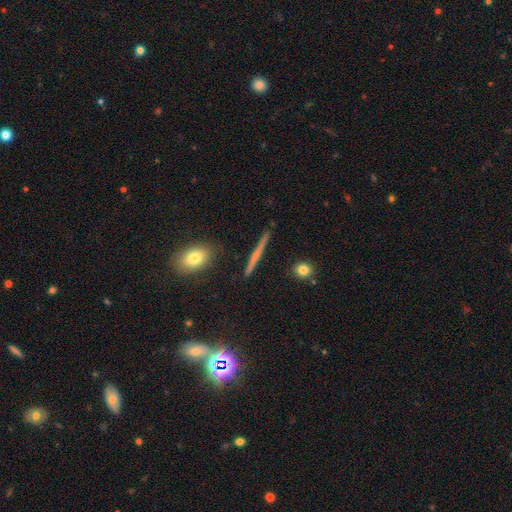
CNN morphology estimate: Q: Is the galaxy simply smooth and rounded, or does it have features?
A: featured or disk — 53%.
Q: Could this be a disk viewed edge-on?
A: yes — 96%.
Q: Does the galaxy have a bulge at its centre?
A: none — 62%.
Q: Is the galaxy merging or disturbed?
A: none — 90%.